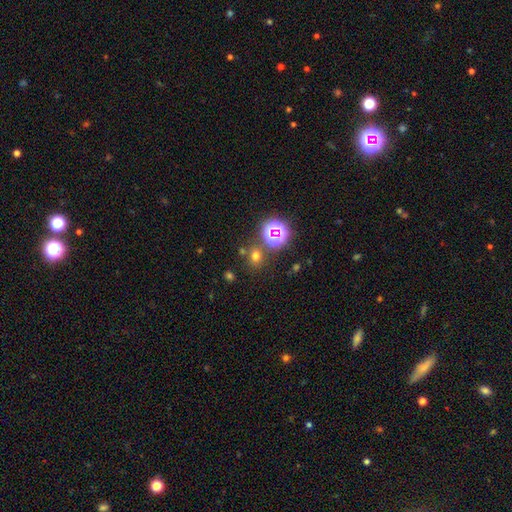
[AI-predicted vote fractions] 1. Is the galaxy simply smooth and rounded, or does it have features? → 60% smooth, 31% star or artifact, 8% featured or disk.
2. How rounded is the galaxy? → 74% round, 25% in between, 1% cigar-shaped.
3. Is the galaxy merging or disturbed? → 77% none, 10% merger, 9% minor disturbance, 4% major disturbance.